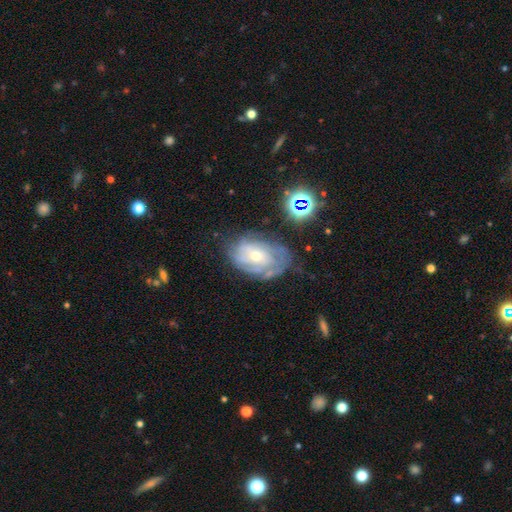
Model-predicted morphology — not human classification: This is likely a featured or disk galaxy (74%). It is clearly not viewed edge-on (96%). Bar: likely no (71%). Spiral arm pattern: clearly yes (83%). Spiral arm count: possibly can't tell (57%). Spiral winding: likely tight (63%). Central bulge: possibly small (49%). Merging: possibly none (59%).